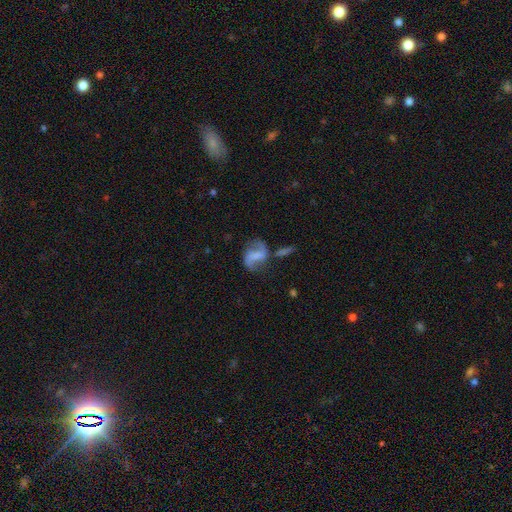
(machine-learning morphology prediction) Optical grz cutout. It shows a featured or disk galaxy (69%) with a weak bar (40%), 2 (89%) loose (63%) spiral arms (87%) and no central bulge (56%). Merging: none (57%).